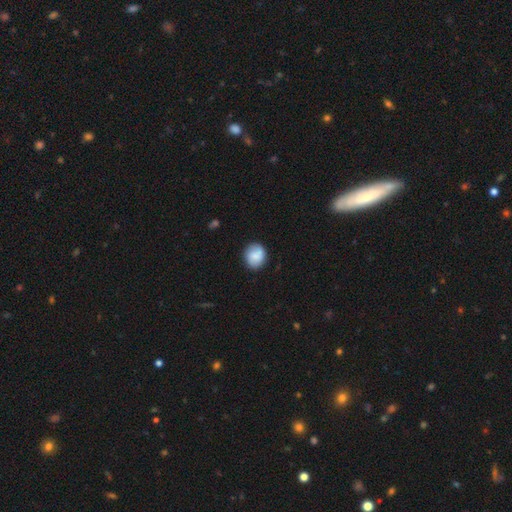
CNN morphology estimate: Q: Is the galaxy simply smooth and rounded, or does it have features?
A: smooth — 75%.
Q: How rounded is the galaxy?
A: round — 74%.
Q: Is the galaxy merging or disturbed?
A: none — 85%.